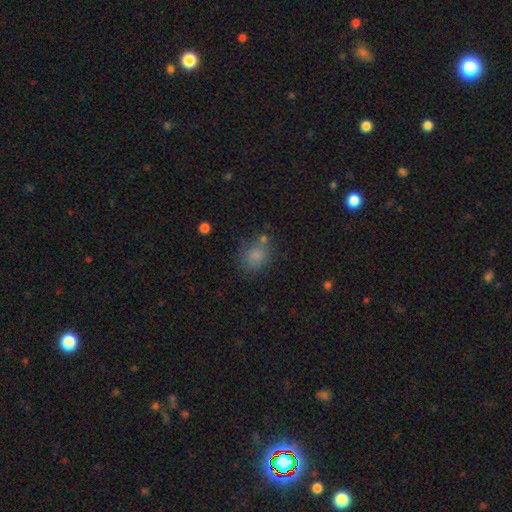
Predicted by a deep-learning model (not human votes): A smooth galaxy with no disk features (77%) that is round (54%). Merging: none (61%).